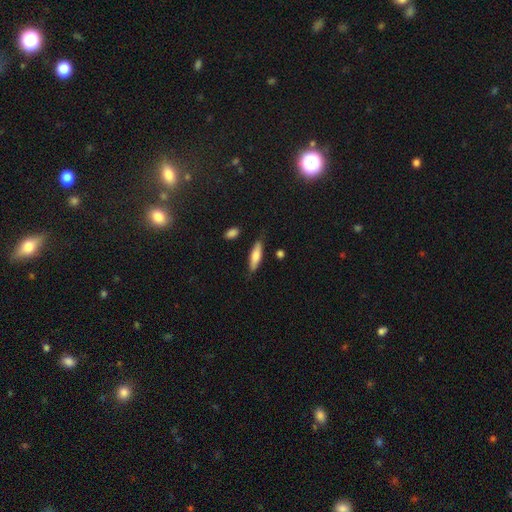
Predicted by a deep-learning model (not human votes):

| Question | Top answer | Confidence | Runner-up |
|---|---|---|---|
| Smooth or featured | smooth | 72% | featured or disk (23%) |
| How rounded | cigar-shaped | 62% | in between (36%) |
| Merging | none | 80% | minor disturbance (14%) |